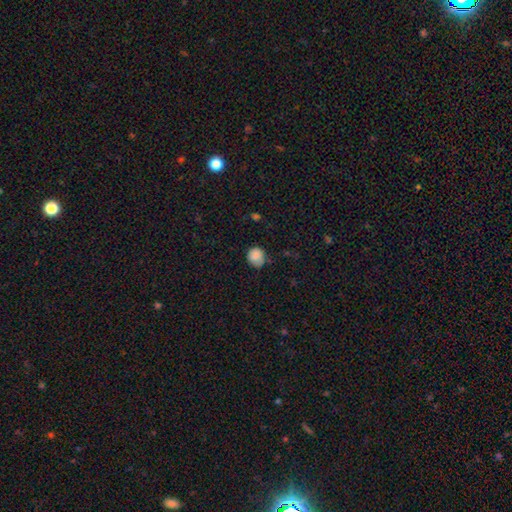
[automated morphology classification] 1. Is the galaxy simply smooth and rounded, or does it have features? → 84% smooth, 9% star or artifact, 7% featured or disk.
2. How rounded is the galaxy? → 79% round, 20% in between, 1% cigar-shaped.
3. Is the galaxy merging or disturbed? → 63% none, 30% minor disturbance, 5% major disturbance, 2% merger.